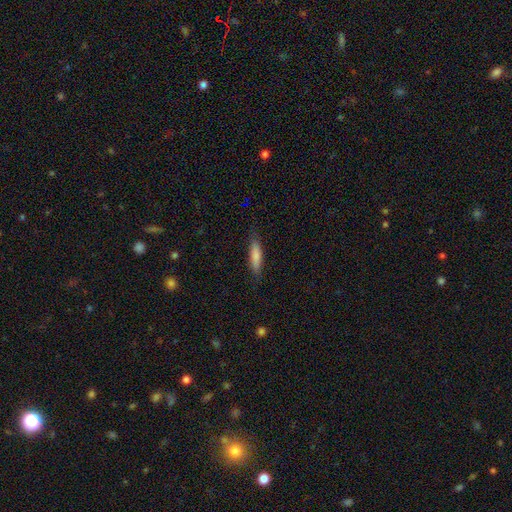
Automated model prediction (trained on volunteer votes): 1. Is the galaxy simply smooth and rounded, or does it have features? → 80% smooth, 14% featured or disk, 6% star or artifact.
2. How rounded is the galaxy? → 73% cigar-shaped, 26% in between, 1% round.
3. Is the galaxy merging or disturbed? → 83% none, 13% minor disturbance, 3% major disturbance, 1% merger.